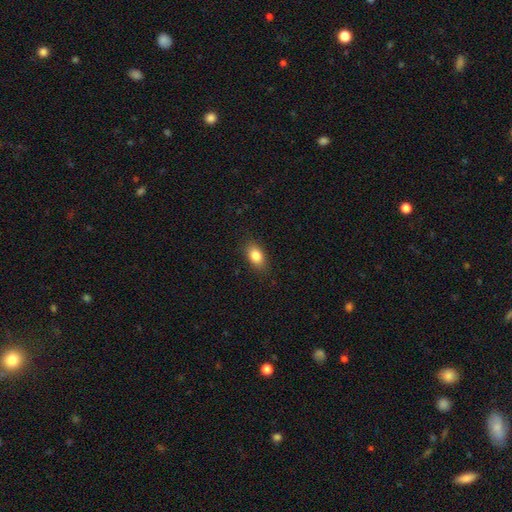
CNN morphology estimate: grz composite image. It shows a smooth galaxy with no disk features (84%) that is in between round and cigar-shaped (85%). Merging: none (86%).